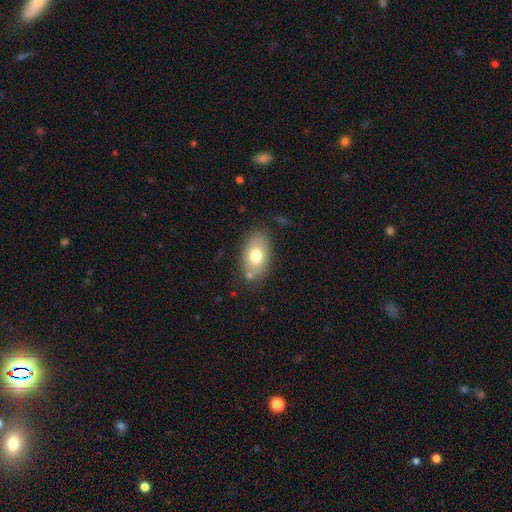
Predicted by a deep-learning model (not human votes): A smooth galaxy with no disk features (74%) that is in between round and cigar-shaped (89%). Merging: none (77%).